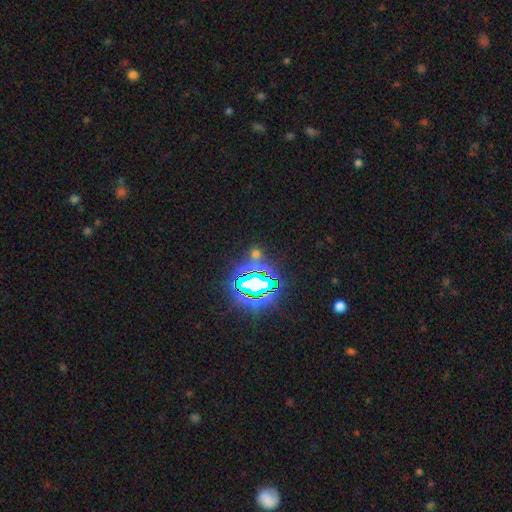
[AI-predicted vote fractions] This is likely a star or artifact rather than a galaxy (71%).